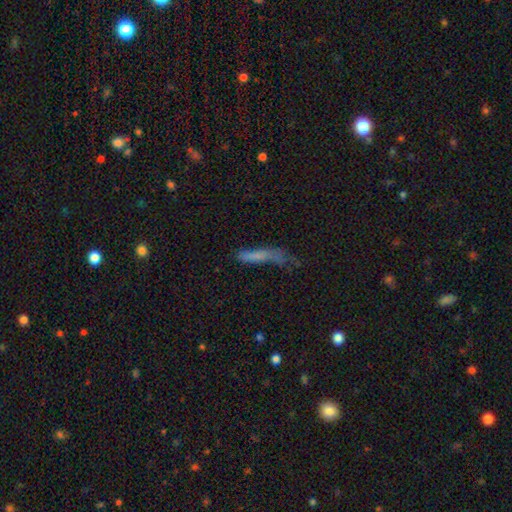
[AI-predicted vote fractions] Smooth or featured? smooth (70%)
How rounded? cigar-shaped (85%)
Merging? none (36%)